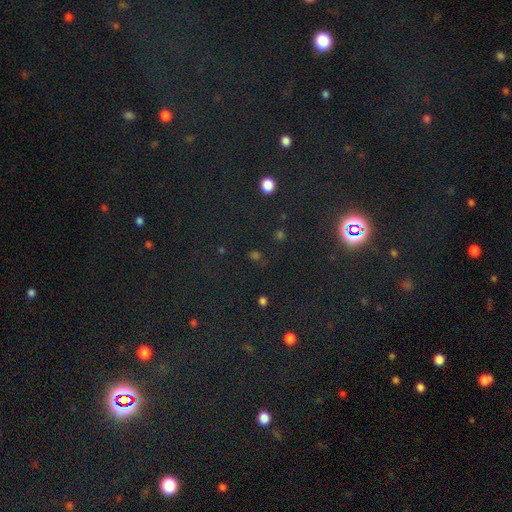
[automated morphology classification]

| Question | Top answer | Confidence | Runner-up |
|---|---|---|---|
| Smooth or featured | star or artifact | 60% | smooth (31%) |